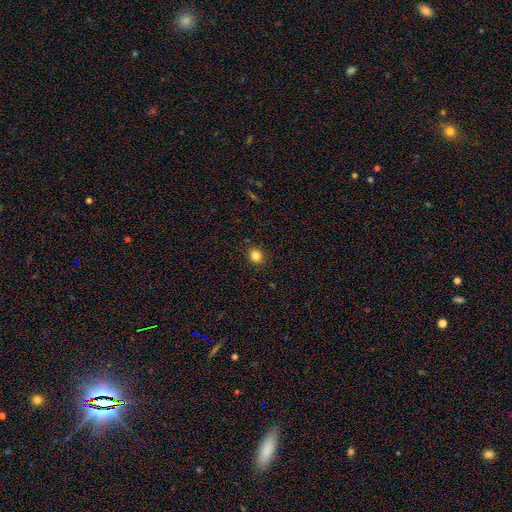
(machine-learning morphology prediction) Q: Smooth or featured?
A: smooth (83%); runner-up: star or artifact (12%)
Q: How rounded?
A: round (67%); runner-up: in between (32%)
Q: Merging?
A: none (89%); runner-up: minor disturbance (8%)